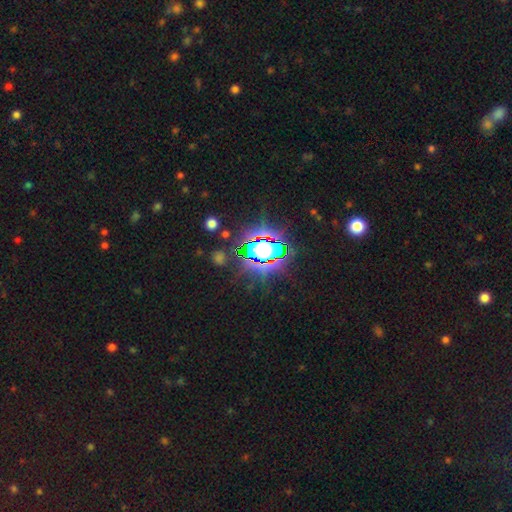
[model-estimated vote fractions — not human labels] Morphology: type=star or artifact (81%).